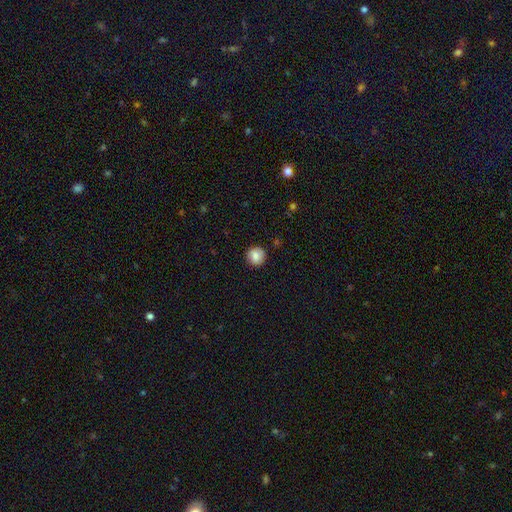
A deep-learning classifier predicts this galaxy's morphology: Smooth or featured? Predicted: smooth (p=0.84). How rounded? Predicted: round (p=0.91). Merging? Predicted: none (p=0.89).